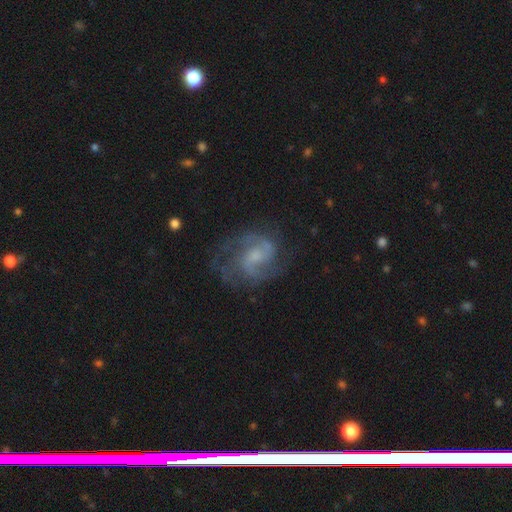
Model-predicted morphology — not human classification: This is clearly a featured or disk galaxy (85%). It is clearly not viewed edge-on (98%). Bar: possibly weak (46%). Spiral arm pattern: clearly yes (96%). Spiral arm count: likely 2 (77%). Spiral winding: possibly medium (55%). Central bulge: marginally small (41%). Merging: likely none (69%).